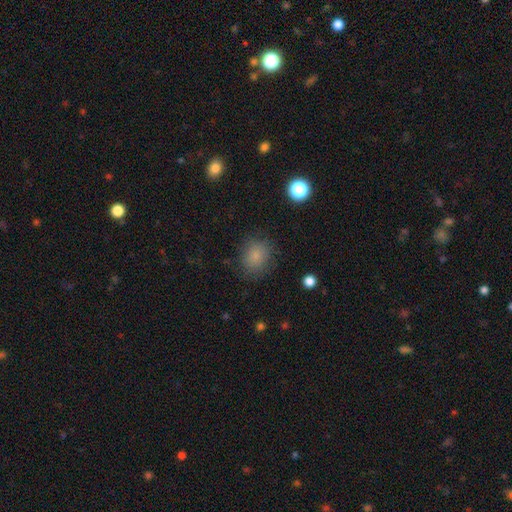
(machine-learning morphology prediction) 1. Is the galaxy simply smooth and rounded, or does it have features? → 82% smooth, 12% star or artifact, 6% featured or disk.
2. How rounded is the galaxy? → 59% round, 40% in between, 1% cigar-shaped.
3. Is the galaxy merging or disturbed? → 80% none, 14% minor disturbance, 5% major disturbance, 1% merger.